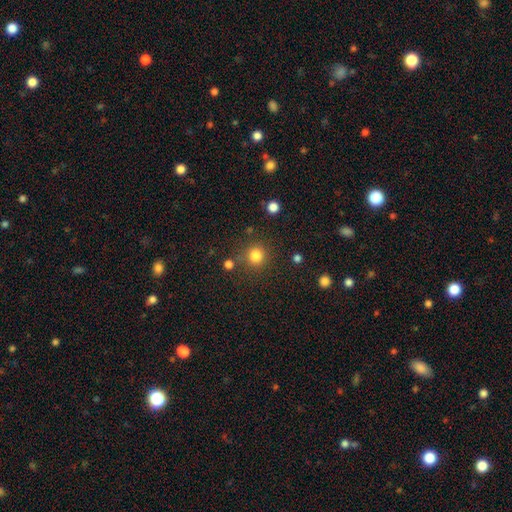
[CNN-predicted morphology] This appears to be a smooth galaxy with no disk features (82%) that is round (93%). Merging: none (81%).